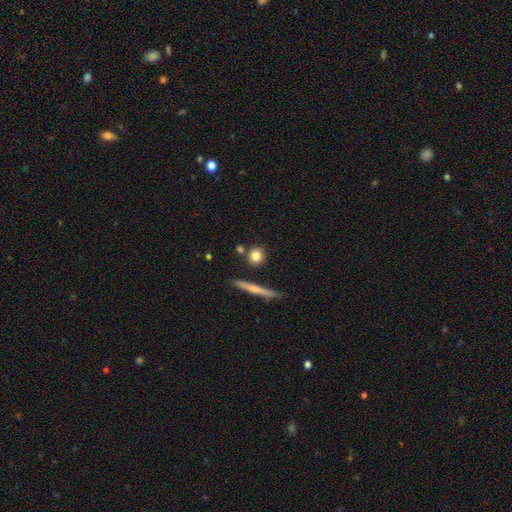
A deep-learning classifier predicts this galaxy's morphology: Q: Smooth or featured?
A: smooth (78%); runner-up: featured or disk (13%)
Q: How rounded?
A: round (80%); runner-up: in between (12%)
Q: Merging?
A: none (77%); runner-up: merger (11%)